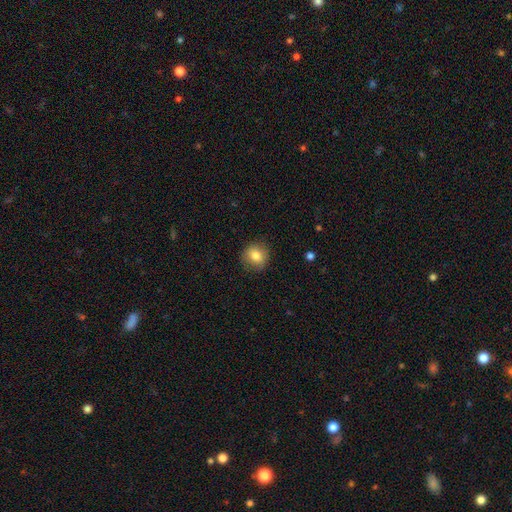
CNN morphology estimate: Q: Smooth or featured?
A: smooth (81%); runner-up: featured or disk (10%)
Q: How rounded?
A: round (83%); runner-up: in between (16%)
Q: Merging?
A: none (85%); runner-up: minor disturbance (11%)